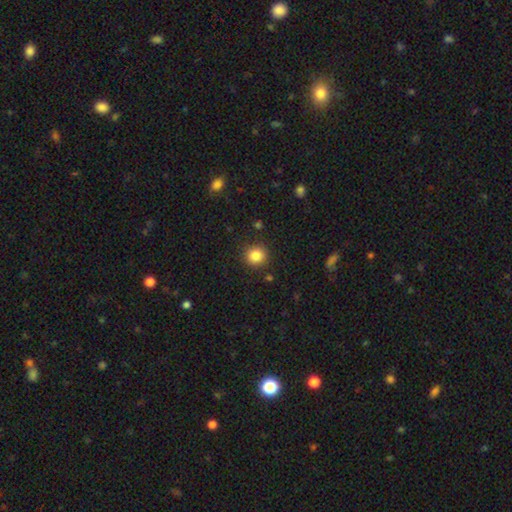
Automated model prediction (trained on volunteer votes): Smooth or featured: smooth — 85% (star or artifact — 11%)
How rounded: round — 91% (in between — 8%)
Merging: none — 89% (minor disturbance — 7%)